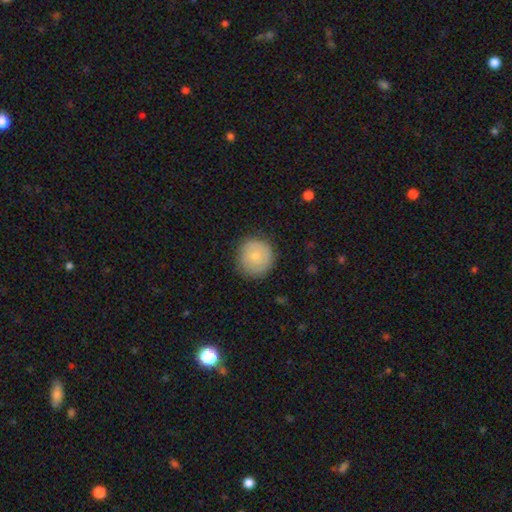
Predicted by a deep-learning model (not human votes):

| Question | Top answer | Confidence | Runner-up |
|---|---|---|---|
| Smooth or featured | smooth | 70% | featured or disk (23%) |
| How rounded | round | 94% | in between (5%) |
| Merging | none | 84% | minor disturbance (12%) |